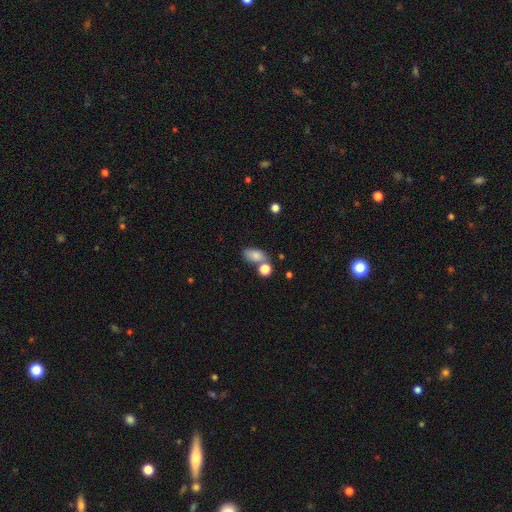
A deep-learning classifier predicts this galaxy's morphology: smooth-or-featured: smooth: 81% | star or artifact: 10% | featured or disk: 9%
  how-rounded: in between: 85% | round: 11% | cigar-shaped: 4%
  merging: none: 54% | merger: 25% | minor disturbance: 15% | major disturbance: 6%